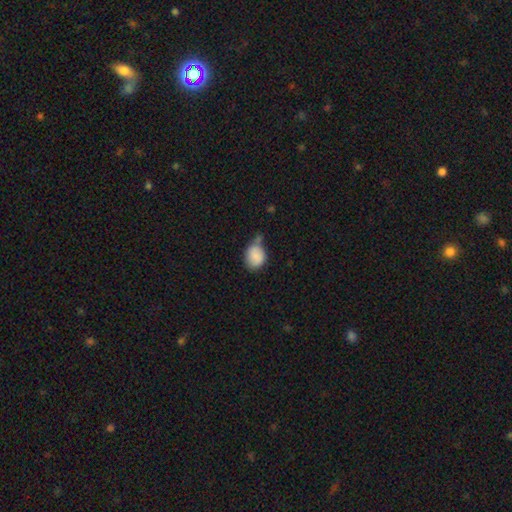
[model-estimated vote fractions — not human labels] The model was most divided on "merging": none: 40%, minor disturbance: 35%, merger: 15%, major disturbance: 10%. More confident: smooth or featured — smooth (87%); how rounded — round (53%).